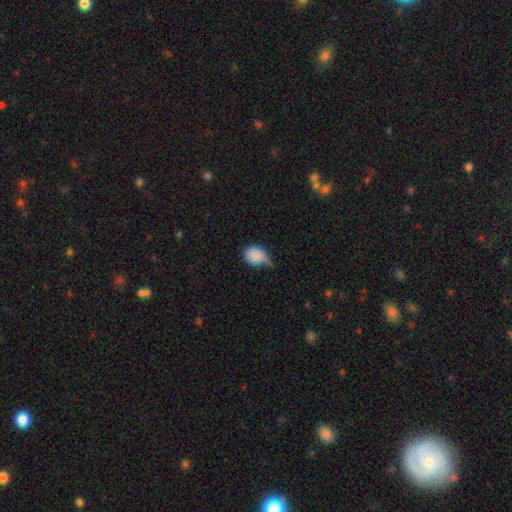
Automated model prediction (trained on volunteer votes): A smooth galaxy with no disk features (84%) that is round (56%).

Vote fractions:
- Smooth or featured? smooth: 84% / featured or disk: 8% / star or artifact: 8%
- How rounded? round: 56% / in between: 43% / cigar-shaped: 1%
- Merging? minor disturbance: 43% / none: 27% / major disturbance: 25% / merger: 5%